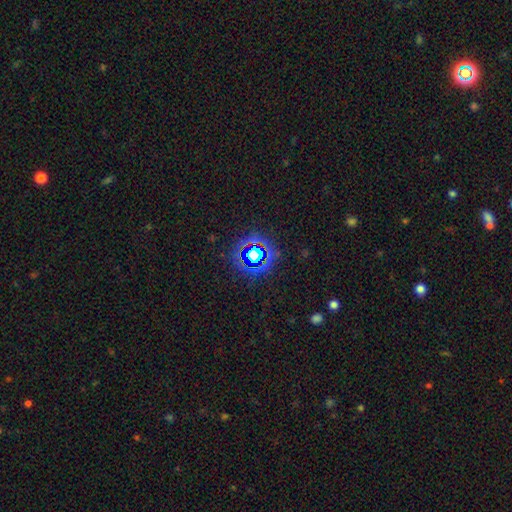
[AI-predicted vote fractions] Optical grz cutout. It shows a star or artifact, not a galaxy (77%).